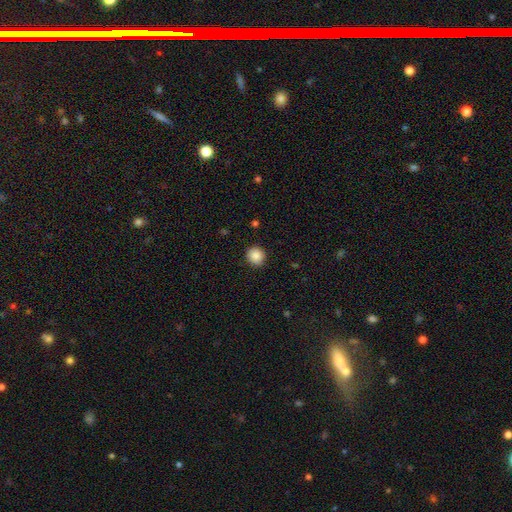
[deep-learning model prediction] A smooth galaxy with no disk features (88%) that is round (90%).

Vote fractions:
- Smooth or featured? smooth: 88% / star or artifact: 9% / featured or disk: 4%
- How rounded? round: 90% / in between: 9% / cigar-shaped: 1%
- Merging? none: 91% / minor disturbance: 6% / major disturbance: 2% / merger: 1%